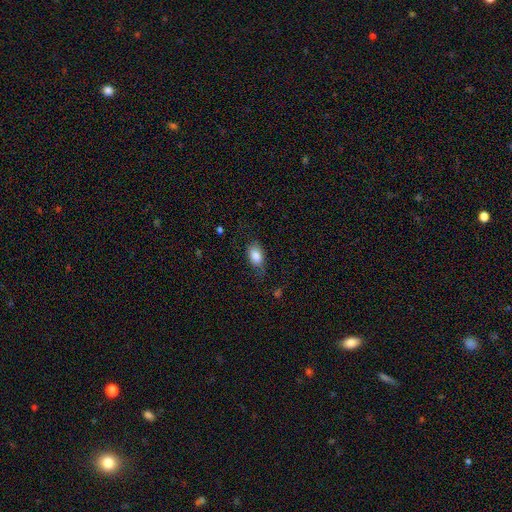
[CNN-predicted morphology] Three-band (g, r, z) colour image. It shows a smooth galaxy with no disk features (85%) that is in between round and cigar-shaped (89%). Merging: none (67%).